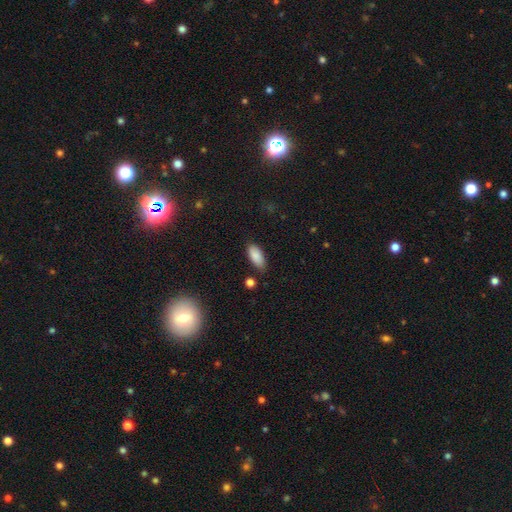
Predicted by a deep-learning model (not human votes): Smooth or featured? Predicted: smooth (p=0.88). How rounded? Predicted: in between (p=0.88). Merging? Predicted: none (p=0.77).